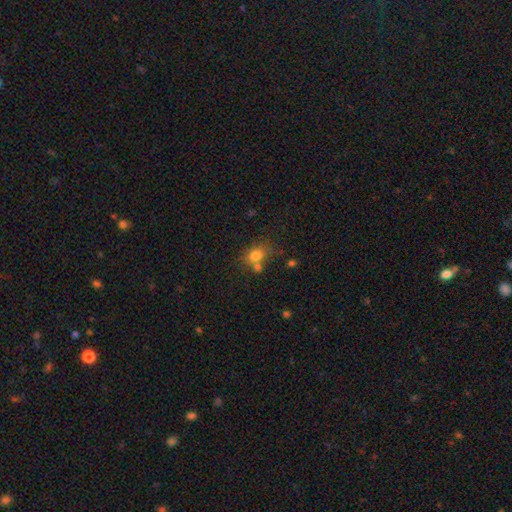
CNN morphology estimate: Overall: smooth (77%). How rounded: in between (53%; round 46%). Merging: none (51%; merger 28%).